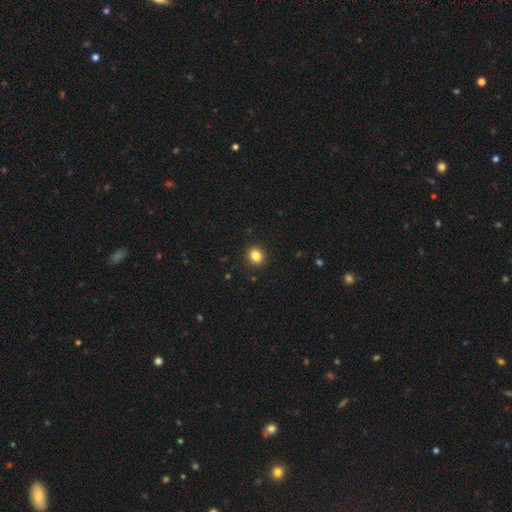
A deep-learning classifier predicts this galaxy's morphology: Smooth or featured? Predicted: smooth (p=0.84). How rounded? Predicted: round (p=0.70). Merging? Predicted: none (p=0.91).